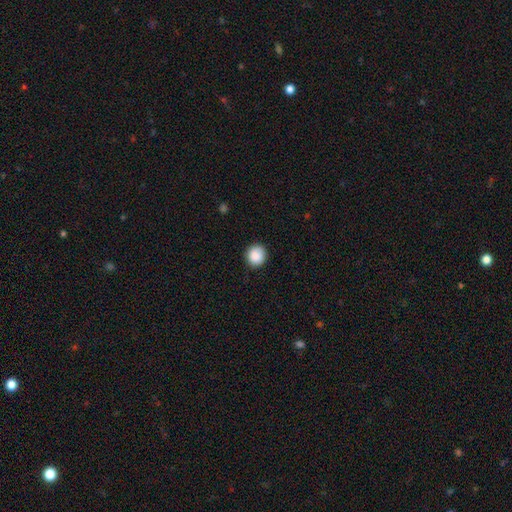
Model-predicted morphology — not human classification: Smooth or featured? smooth (89%)
How rounded? round (86%)
Merging? none (88%)